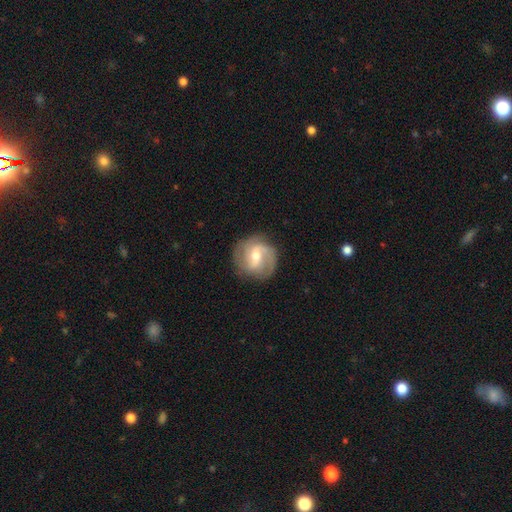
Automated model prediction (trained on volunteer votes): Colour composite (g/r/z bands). It shows a featured or disk galaxy (79%) with a weak bar (53%), 2 (63%) medium (47%) spiral arms (94%) and a moderate central bulge (60%). Merging: none (79%).